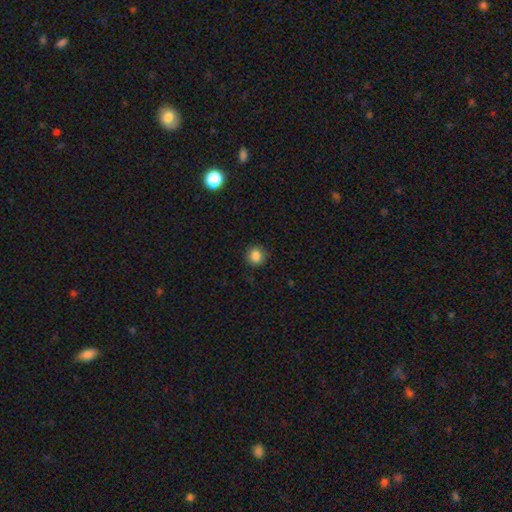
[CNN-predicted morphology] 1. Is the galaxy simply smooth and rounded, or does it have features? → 85% smooth, 10% star or artifact, 4% featured or disk.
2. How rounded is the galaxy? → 91% round, 8% in between, 1% cigar-shaped.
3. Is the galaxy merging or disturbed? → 88% none, 9% minor disturbance, 2% major disturbance, 1% merger.